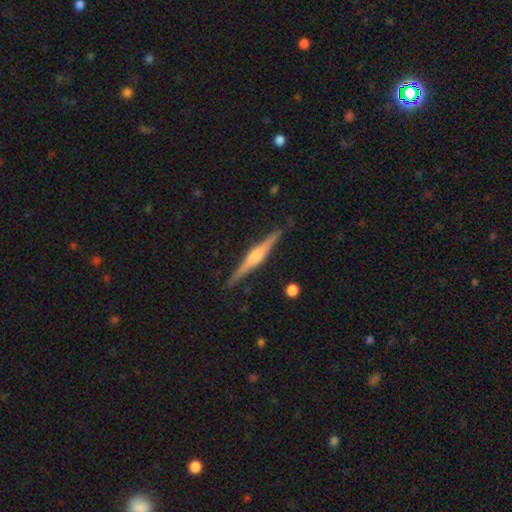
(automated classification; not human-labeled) smooth-or-featured: featured or disk: 81% | smooth: 14% | star or artifact: 5%
  disk-edge-on: yes: 98% | no: 2%
    edge-on-bulge: rounded: 83% | boxy: 12% | none: 5%
  merging: none: 90% | minor disturbance: 7% | major disturbance: 1% | merger: 1%